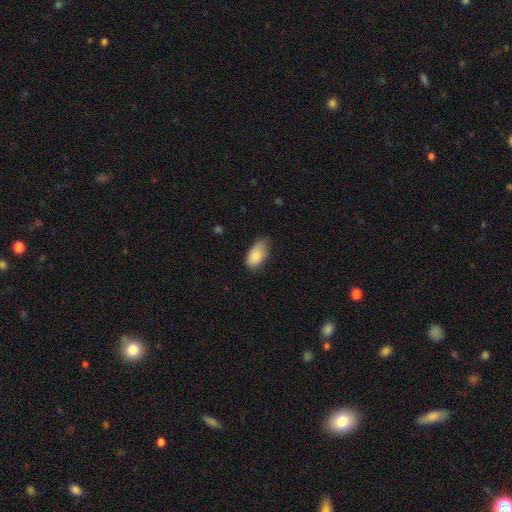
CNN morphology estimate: Smooth or featured? smooth (87%)
How rounded? in between (94%)
Merging? none (63%)